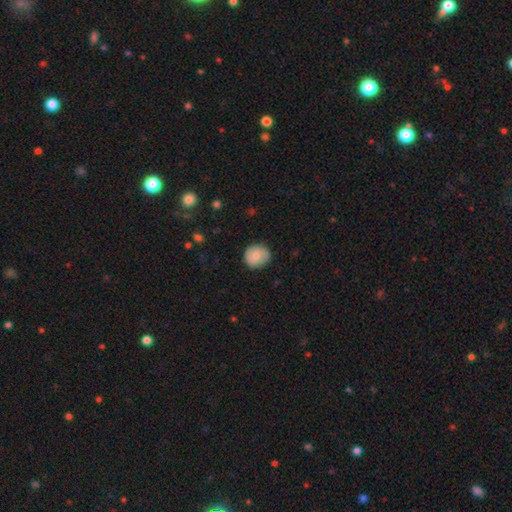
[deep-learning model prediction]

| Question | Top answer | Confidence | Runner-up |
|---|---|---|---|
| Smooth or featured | smooth | 79% | featured or disk (14%) |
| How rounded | round | 83% | in between (16%) |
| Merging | none | 83% | minor disturbance (13%) |